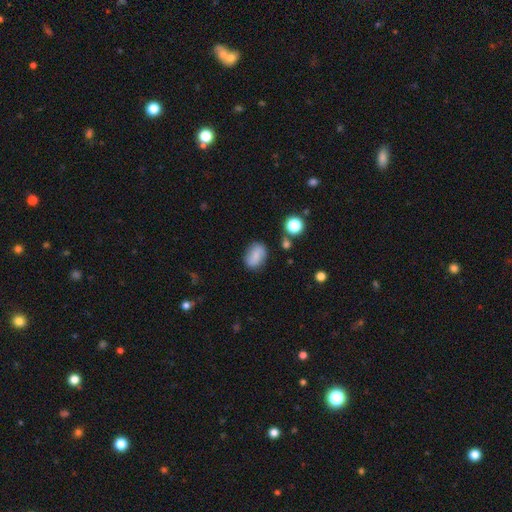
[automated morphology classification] smooth_or_featured: smooth (p=0.68) [alt: featured or disk p=0.23]
how_rounded: in between (p=0.78) [alt: round p=0.20]
merging: none (p=0.77) [alt: minor disturbance p=0.16]